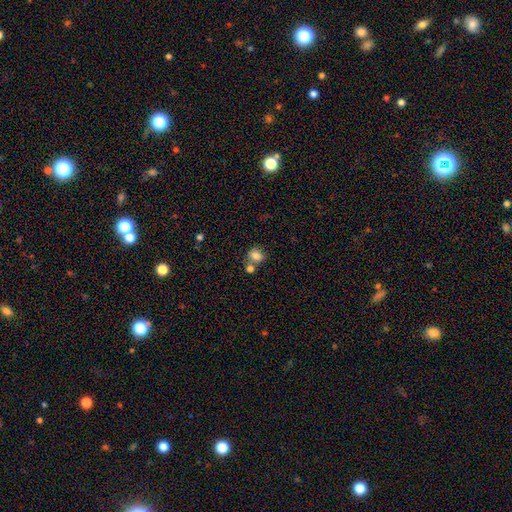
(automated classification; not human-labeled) Q: Smooth or featured?
A: smooth (81%); runner-up: star or artifact (10%)
Q: How rounded?
A: round (69%); runner-up: in between (30%)
Q: Merging?
A: none (56%); runner-up: merger (28%)